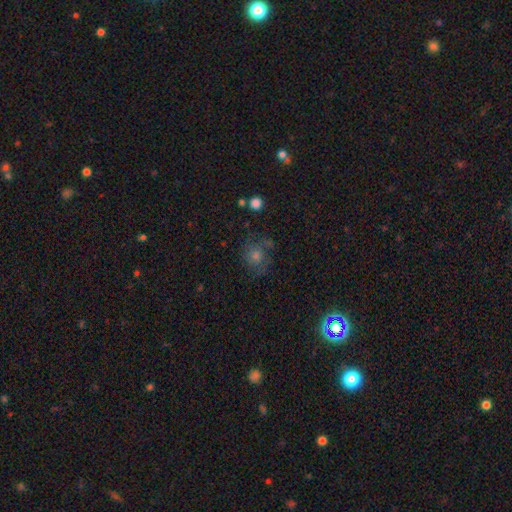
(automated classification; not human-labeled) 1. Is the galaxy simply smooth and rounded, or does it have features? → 41% smooth, 34% featured or disk, 26% star or artifact.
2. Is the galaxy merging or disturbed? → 69% none, 18% minor disturbance, 10% major disturbance, 3% merger.